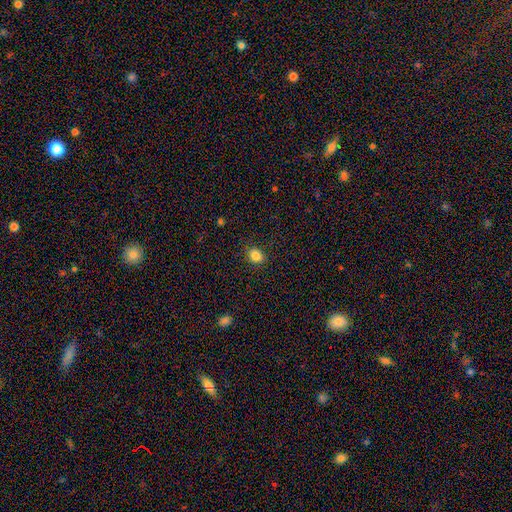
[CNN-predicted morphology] Smooth or featured? smooth (85%)
How rounded? round (56%)
Merging? none (87%)